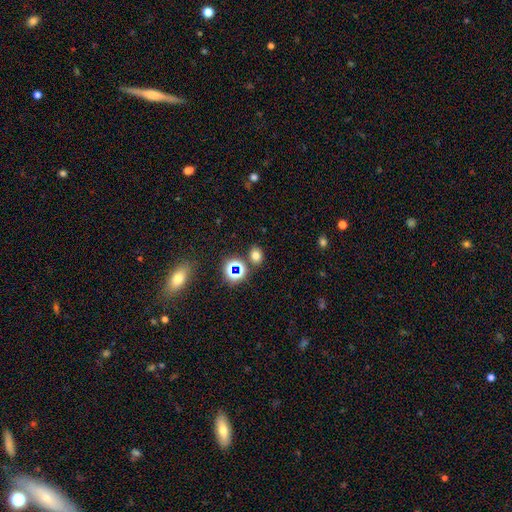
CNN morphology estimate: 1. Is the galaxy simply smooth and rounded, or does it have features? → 69% smooth, 24% star or artifact, 7% featured or disk.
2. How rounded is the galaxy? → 57% in between, 41% round, 1% cigar-shaped.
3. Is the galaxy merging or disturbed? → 81% none, 9% minor disturbance, 6% merger, 3% major disturbance.